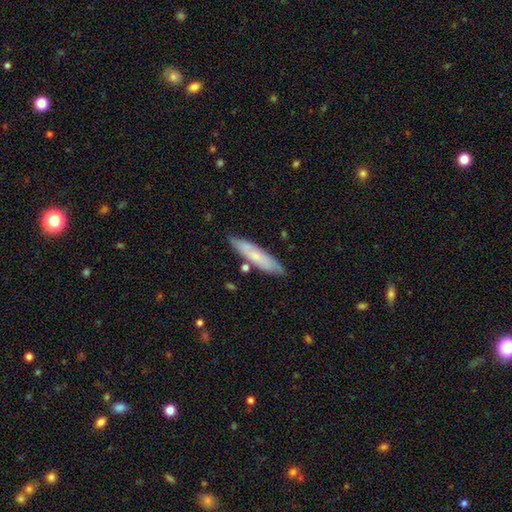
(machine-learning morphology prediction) Smooth or featured?
  - smooth: 61% *
  - featured or disk: 33%
  - star or artifact: 6%
How rounded?
  - cigar-shaped: 80% *
  - in between: 19%
  - round: 2%
Merging?
  - none: 82% *
  - minor disturbance: 12%
  - merger: 4%
  - major disturbance: 2%